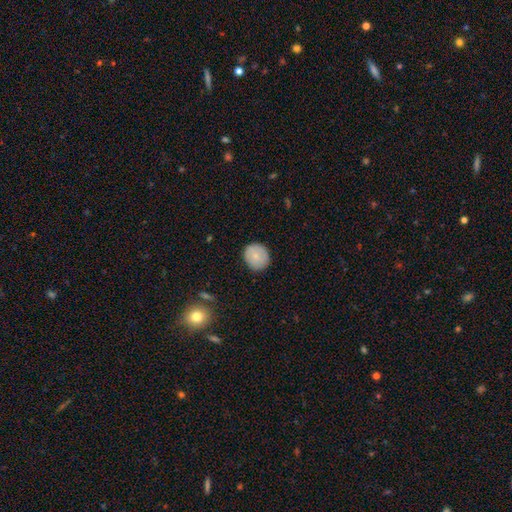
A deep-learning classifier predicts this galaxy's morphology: type=smooth (77%); roundness=round (88%); merging=none (86%).